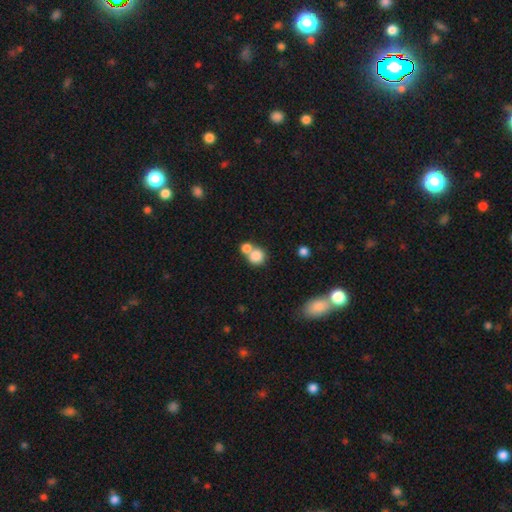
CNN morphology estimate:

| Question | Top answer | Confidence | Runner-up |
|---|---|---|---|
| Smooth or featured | smooth | 81% | star or artifact (10%) |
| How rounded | round | 82% | in between (17%) |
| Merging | merger | 47% | none (42%) |